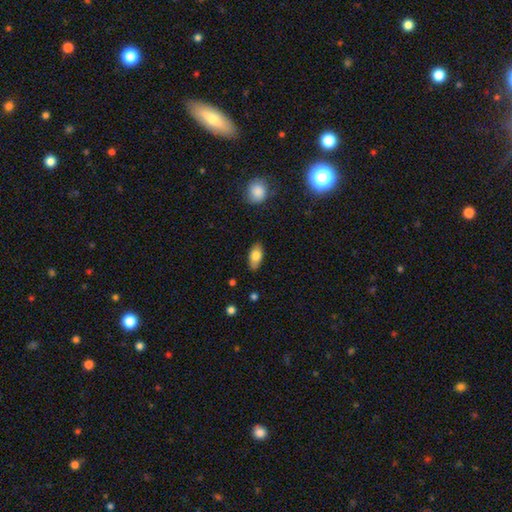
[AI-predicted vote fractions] This is likely a smooth galaxy (78%). How rounded: clearly in between (89%). Merging: clearly none (85%).